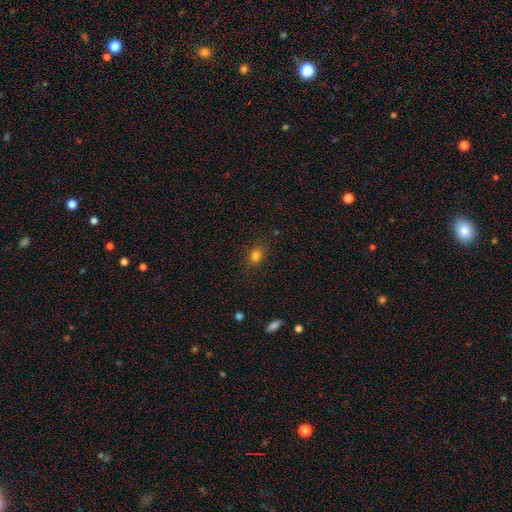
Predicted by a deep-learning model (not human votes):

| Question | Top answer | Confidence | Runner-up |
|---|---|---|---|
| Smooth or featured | smooth | 81% | star or artifact (14%) |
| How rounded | round | 60% | in between (39%) |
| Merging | none | 86% | minor disturbance (10%) |